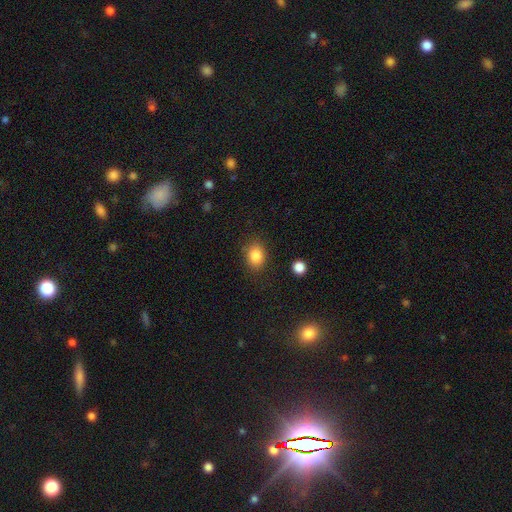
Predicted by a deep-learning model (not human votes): Overall: smooth (85%). How rounded: in between (55%; round 44%). Merging: none (82%).